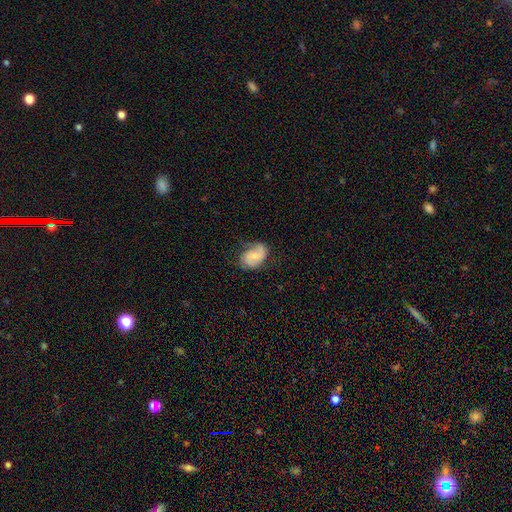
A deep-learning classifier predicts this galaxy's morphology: Q: Smooth or featured?
A: featured or disk (56%); runner-up: smooth (37%)
Q: Edge-on disk?
A: no (97%); runner-up: yes (3%)
Q: Bar?
A: no (53%); runner-up: weak (39%)
Q: Spiral arms?
A: yes (89%); runner-up: no (11%)
Q: Bulge size?
A: small (52%); runner-up: moderate (27%)
Q: Merging?
A: none (57%); runner-up: minor disturbance (28%)